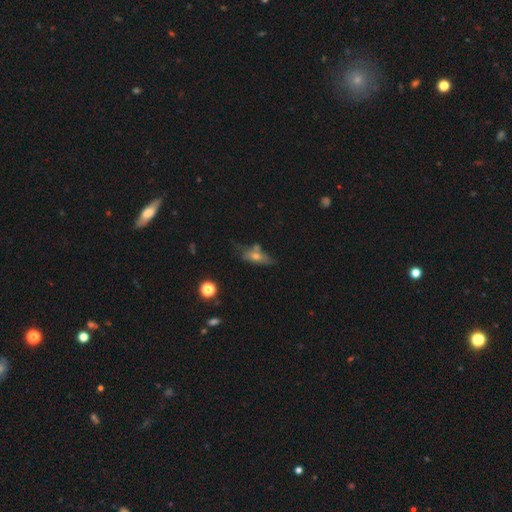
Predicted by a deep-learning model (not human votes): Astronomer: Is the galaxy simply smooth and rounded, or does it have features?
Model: smooth — 46% (runner-up: featured or disk, 39%).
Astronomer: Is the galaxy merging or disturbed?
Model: none — 51%.